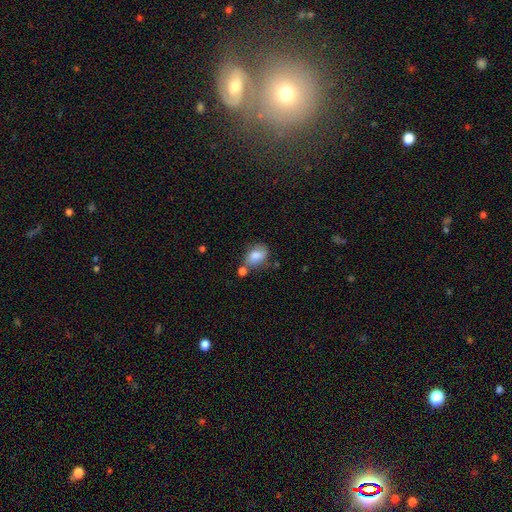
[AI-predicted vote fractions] Morphology: type=smooth (78%); roundness=in between (78%); merging=none (54%).